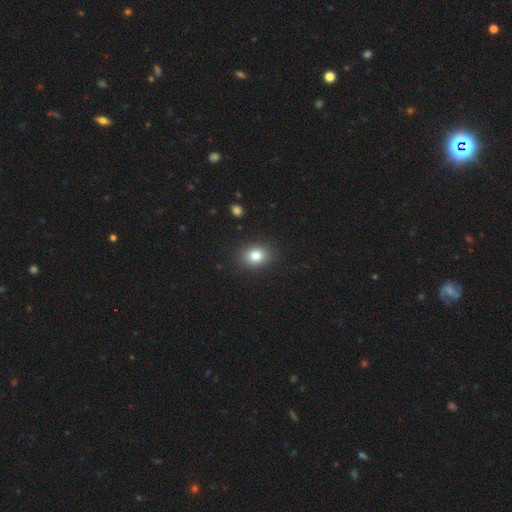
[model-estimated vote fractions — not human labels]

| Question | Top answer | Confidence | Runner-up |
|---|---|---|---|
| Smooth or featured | smooth | 81% | star or artifact (11%) |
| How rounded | round | 52% | in between (47%) |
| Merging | none | 89% | minor disturbance (8%) |